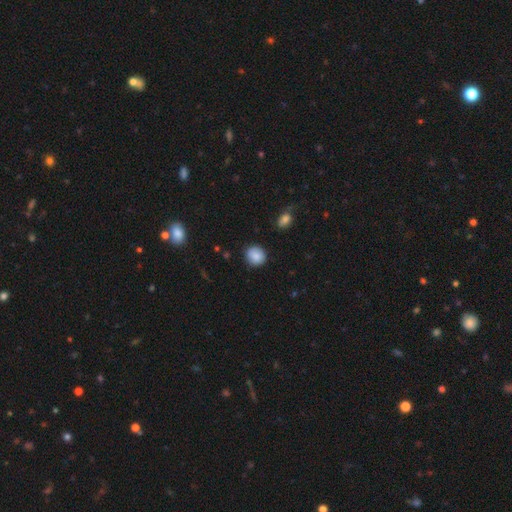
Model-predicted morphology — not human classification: This appears to be a smooth galaxy with no disk features (87%) that is round (85%). Merging: none (85%).